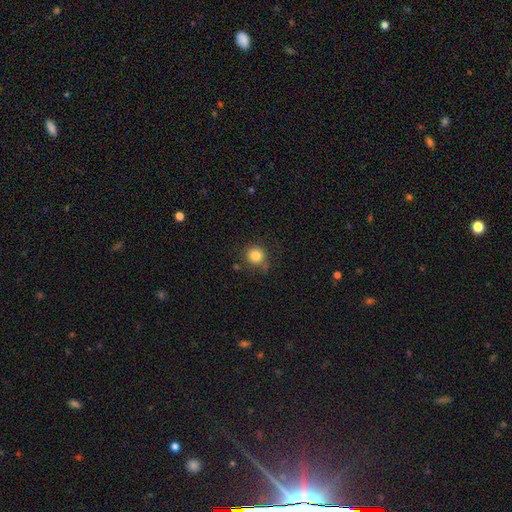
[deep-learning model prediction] Smooth or featured: smooth — 84% (star or artifact — 11%)
How rounded: round — 89% (in between — 10%)
Merging: none — 76% (minor disturbance — 15%)